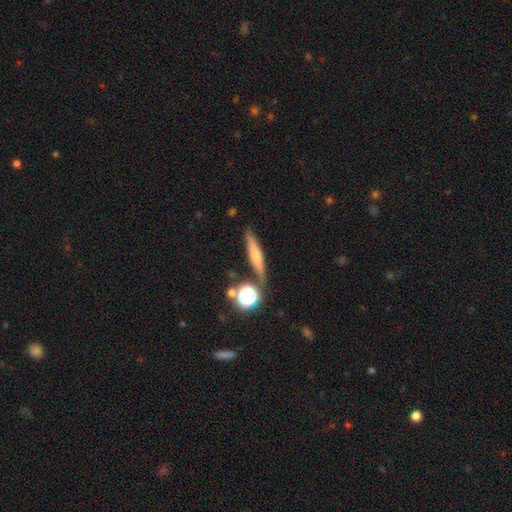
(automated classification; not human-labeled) smooth-or-featured: smooth: 51% | featured or disk: 37% | star or artifact: 12%
  how-rounded: cigar-shaped: 78% | in between: 13% | round: 9%
  merging: none: 78% | minor disturbance: 11% | merger: 7% | major disturbance: 3%